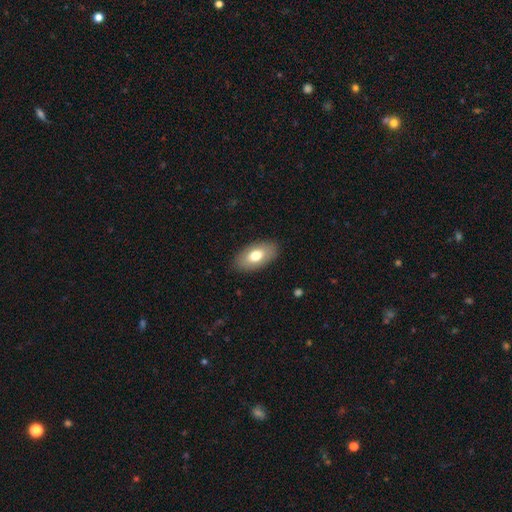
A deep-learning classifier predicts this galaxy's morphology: type=smooth (72%); roundness=in between (93%); merging=none (87%).